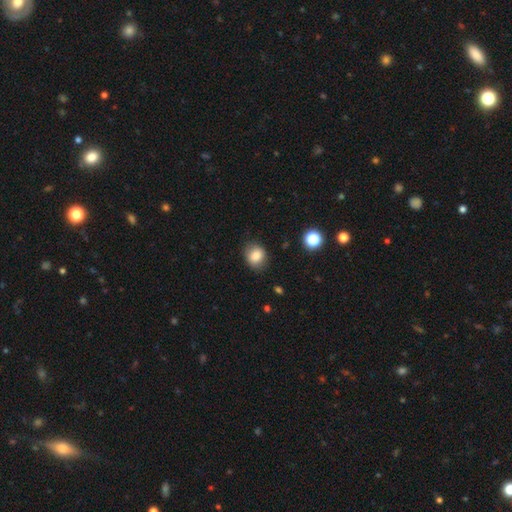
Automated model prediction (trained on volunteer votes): A smooth galaxy with no disk features (82%) that is round (63%). Merging: none (81%).